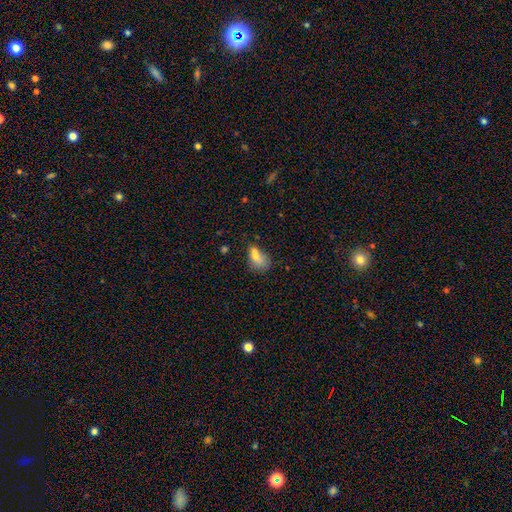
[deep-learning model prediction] Q: Smooth or featured?
A: smooth (70%); runner-up: featured or disk (18%)
Q: How rounded?
A: in between (77%); runner-up: round (17%)
Q: Merging?
A: none (31%); runner-up: merger (25%)